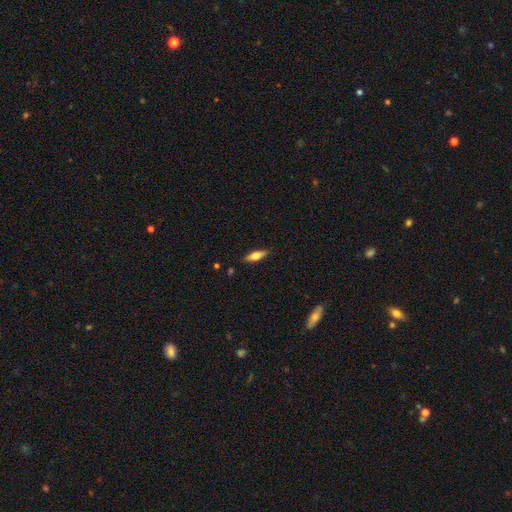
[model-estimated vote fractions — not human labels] The model was most divided on "how rounded": in between: 52%, cigar-shaped: 45%, round: 3%. More confident: merging — none (87%); smooth or featured — smooth (56%).